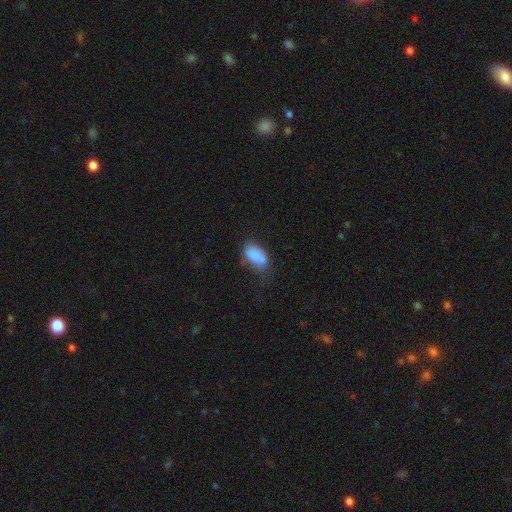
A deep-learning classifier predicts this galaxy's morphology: The model was most divided on "merging": none: 41%, minor disturbance: 30%, major disturbance: 16%, merger: 13%. More confident: how rounded — in between (90%); smooth or featured — smooth (77%).